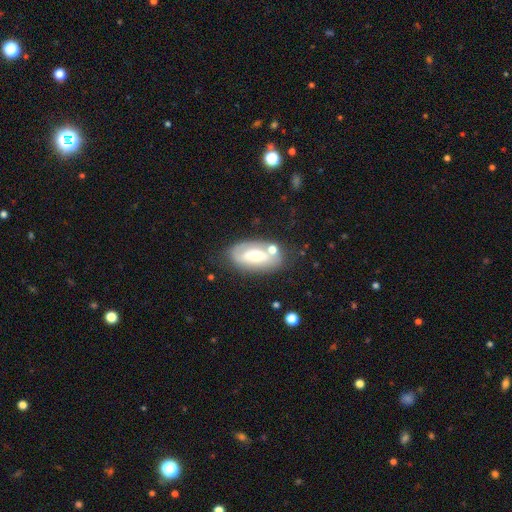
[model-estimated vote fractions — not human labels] smooth-or-featured: featured or disk: 54% | smooth: 39% | star or artifact: 7%
  disk-edge-on: no: 90% | yes: 10%
  merging: none: 59% | minor disturbance: 20% | merger: 13% | major disturbance: 8%